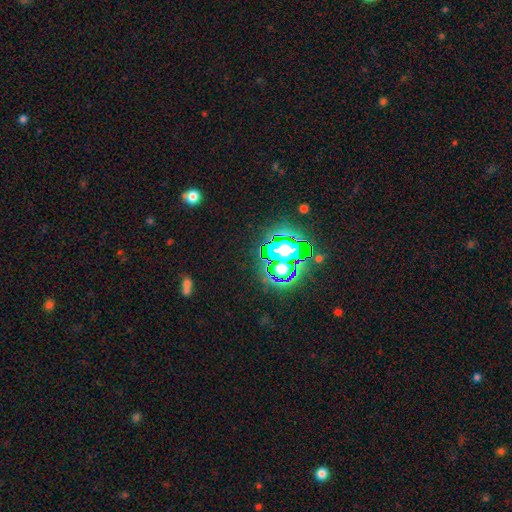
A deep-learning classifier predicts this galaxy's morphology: This is clearly a star or artifact rather than a galaxy (83%).